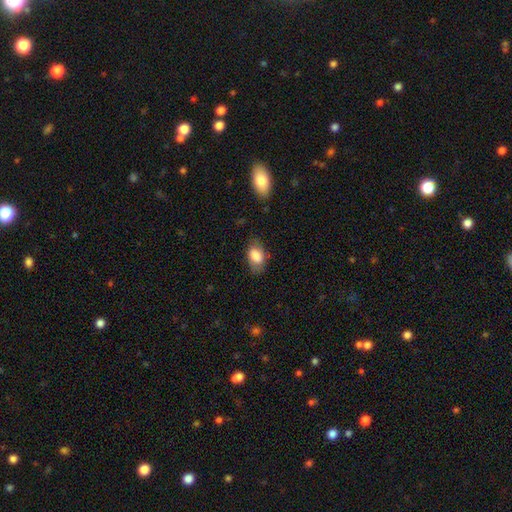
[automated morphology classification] Smooth or featured?
  - smooth: 82% *
  - featured or disk: 11%
  - star or artifact: 7%
How rounded?
  - in between: 89% *
  - round: 10%
  - cigar-shaped: 2%
Merging?
  - none: 75% *
  - minor disturbance: 18%
  - major disturbance: 5%
  - merger: 2%